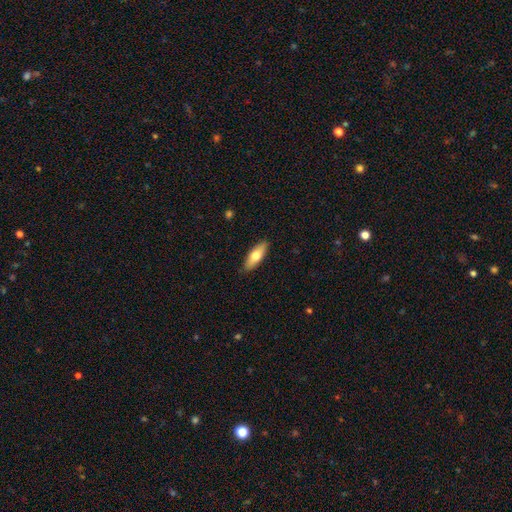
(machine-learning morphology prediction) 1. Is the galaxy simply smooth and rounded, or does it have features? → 67% smooth, 27% featured or disk, 6% star or artifact.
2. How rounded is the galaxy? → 64% in between, 34% cigar-shaped, 2% round.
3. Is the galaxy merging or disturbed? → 89% none, 8% minor disturbance, 2% major disturbance, 1% merger.